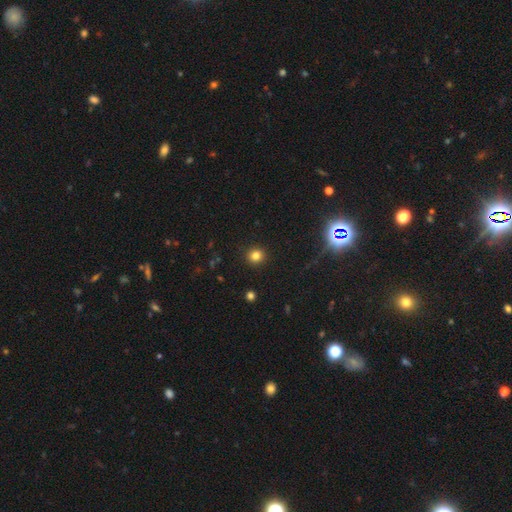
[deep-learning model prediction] This is clearly a smooth galaxy (81%). How rounded: clearly round (91%). Merging: clearly none (92%).